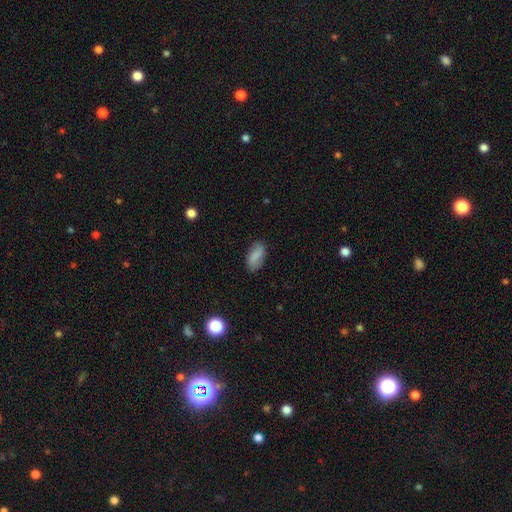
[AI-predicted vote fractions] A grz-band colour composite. It shows a smooth galaxy with no disk features (80%) that is in between round and cigar-shaped (92%). Merging: none (78%).